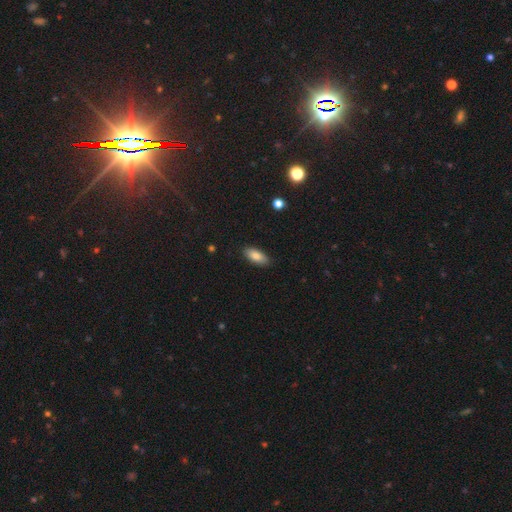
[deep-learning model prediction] A smooth galaxy with no disk features (83%) that is in between round and cigar-shaped (84%).

Vote fractions:
- Smooth or featured? smooth: 83% / featured or disk: 10% / star or artifact: 7%
- How rounded? in between: 84% / cigar-shaped: 13% / round: 2%
- Merging? none: 88% / minor disturbance: 9% / major disturbance: 2% / merger: 1%